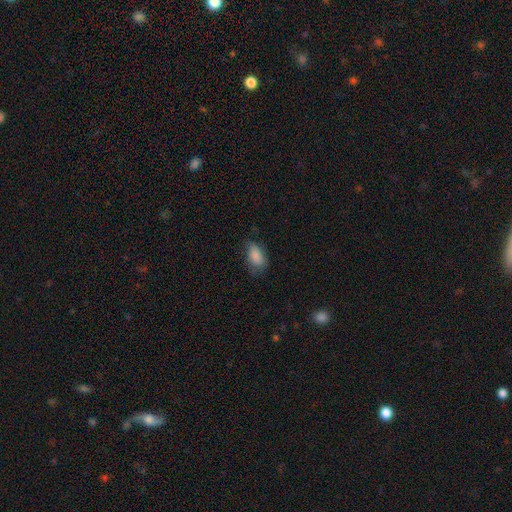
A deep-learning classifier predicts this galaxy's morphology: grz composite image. It shows a smooth galaxy with no disk features (86%) that is in between round and cigar-shaped (91%). Merging: none (62%).